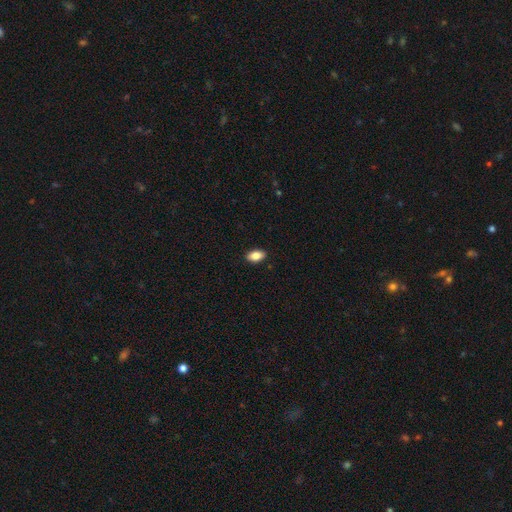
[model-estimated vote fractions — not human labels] smooth 85%, featured or disk 8%, star or artifact 7%. Down the decision tree: how rounded — in between (91%); merging — none (90%).